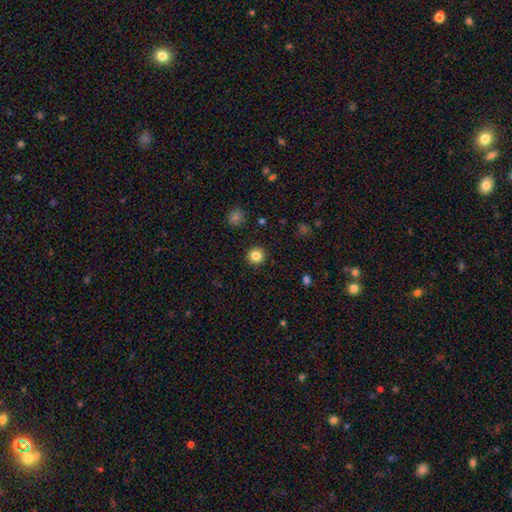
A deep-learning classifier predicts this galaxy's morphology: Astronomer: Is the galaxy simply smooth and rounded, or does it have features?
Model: smooth — 84%.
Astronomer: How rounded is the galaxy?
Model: round — 95%.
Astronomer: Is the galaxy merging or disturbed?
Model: none — 92%.